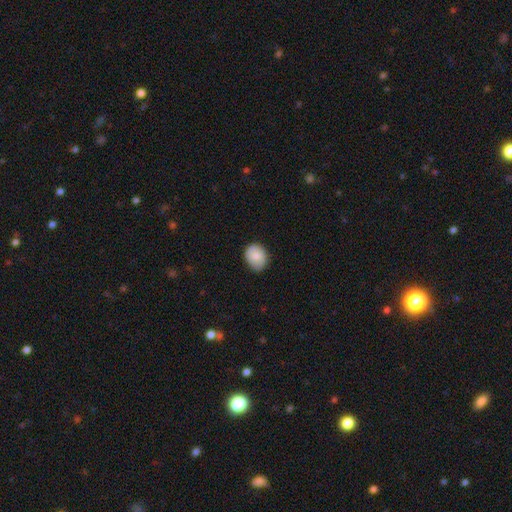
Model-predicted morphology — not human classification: smooth-or-featured: smooth: 80% | featured or disk: 13% | star or artifact: 7%
  how-rounded: round: 50% | in between: 49% | cigar-shaped: 1%
  merging: none: 79% | minor disturbance: 17% | major disturbance: 3% | merger: 1%